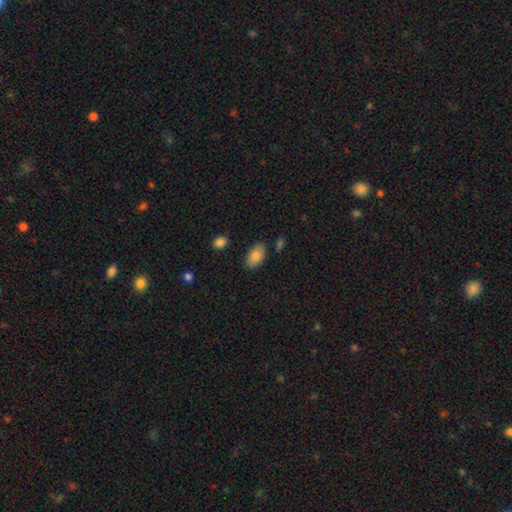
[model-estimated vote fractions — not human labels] Smooth or featured: smooth — 84% (featured or disk — 9%)
How rounded: in between — 93% (round — 5%)
Merging: none — 82% (minor disturbance — 12%)